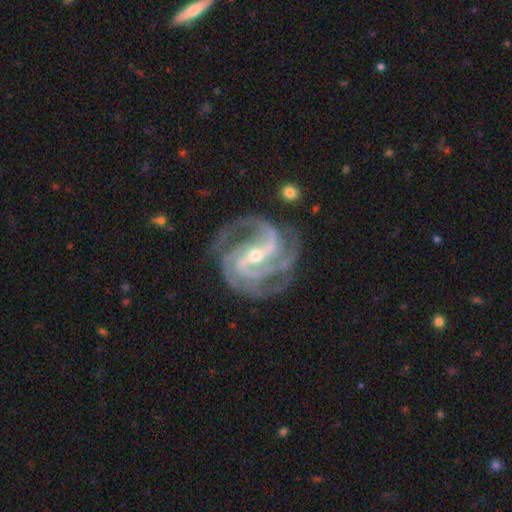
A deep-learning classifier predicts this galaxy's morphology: This appears to be a featured or disk galaxy (94%) with a strong bar (56%), 3 (48%) medium (51%) spiral arms (99%) and a small central bulge (65%). Merging: none (74%).